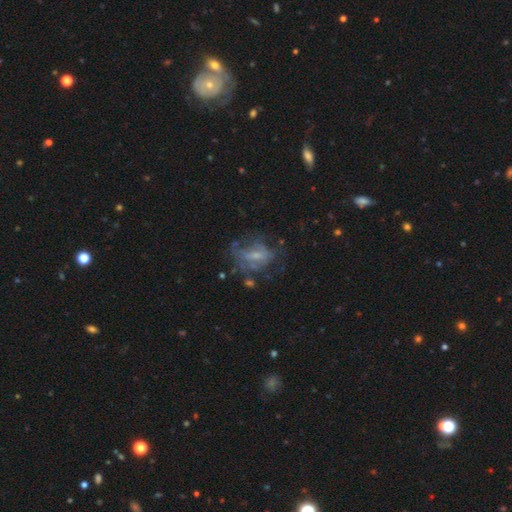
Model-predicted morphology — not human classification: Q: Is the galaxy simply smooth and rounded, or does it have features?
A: featured or disk — 58%.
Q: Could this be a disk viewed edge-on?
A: no — 95%.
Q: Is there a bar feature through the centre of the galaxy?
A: no — 44%.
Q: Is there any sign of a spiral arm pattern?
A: no — 58%.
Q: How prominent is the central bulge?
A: small — 42%.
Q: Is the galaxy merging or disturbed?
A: none — 41%.